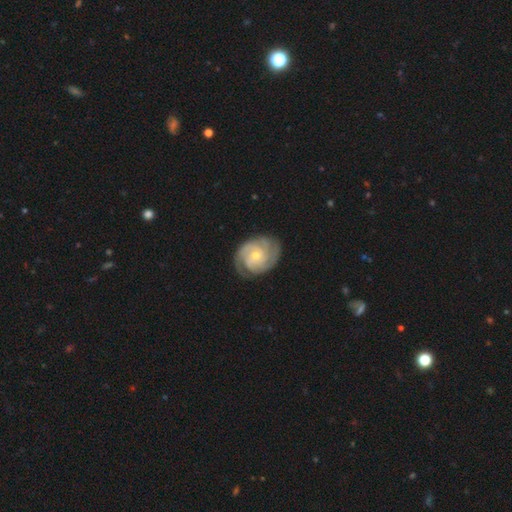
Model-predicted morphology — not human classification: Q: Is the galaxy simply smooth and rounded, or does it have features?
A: featured or disk — 88%.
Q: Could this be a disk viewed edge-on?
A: no — 98%.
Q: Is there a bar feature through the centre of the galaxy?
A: no — 70%.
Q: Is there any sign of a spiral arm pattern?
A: yes — 98%.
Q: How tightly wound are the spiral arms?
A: tight — 71%.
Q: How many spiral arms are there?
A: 3 — 37%.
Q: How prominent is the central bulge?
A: small — 56%.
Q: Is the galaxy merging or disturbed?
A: none — 81%.